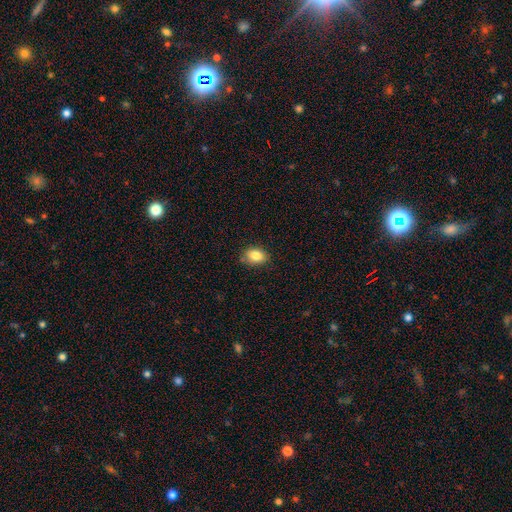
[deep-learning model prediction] Overall: smooth (85%). How rounded: in between (73%). Merging: none (82%).